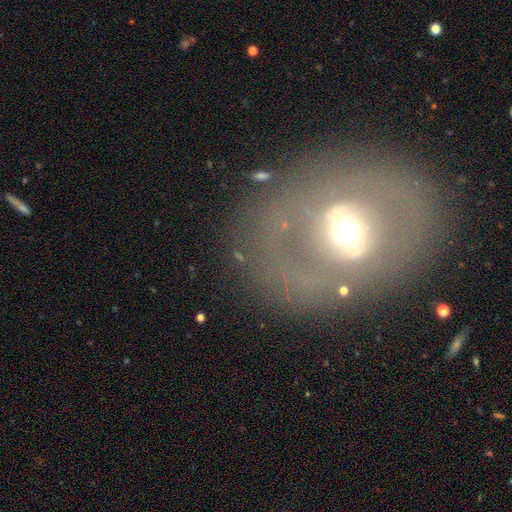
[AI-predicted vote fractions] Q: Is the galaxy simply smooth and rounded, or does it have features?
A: featured or disk — 62%.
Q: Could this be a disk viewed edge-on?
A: no — 93%.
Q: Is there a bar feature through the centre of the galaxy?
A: no — 53%.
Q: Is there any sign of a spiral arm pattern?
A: no — 70%.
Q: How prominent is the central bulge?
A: moderate — 64%.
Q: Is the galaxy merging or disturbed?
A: none — 79%.